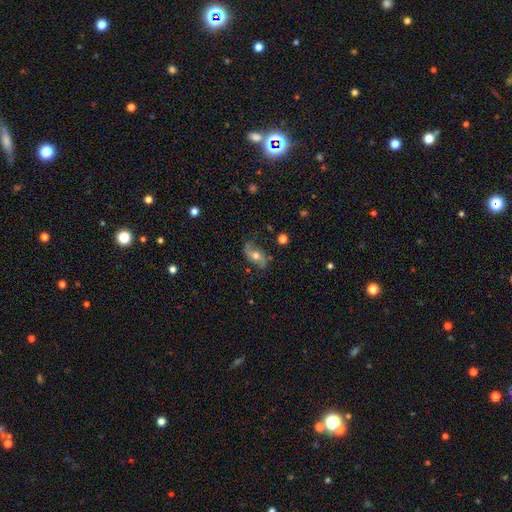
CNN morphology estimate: Smooth or featured? Predicted: featured or disk (p=0.68). Edge-on disk? Predicted: no (p=0.93). Bar? Predicted: no (p=0.59). Spiral arms? Predicted: yes (p=0.87). Spiral winding? Predicted: loose (p=0.69). Spiral arm count? Predicted: 2 (p=0.87). Bulge size? Predicted: moderate (p=0.73). Merging? Predicted: none (p=0.69).